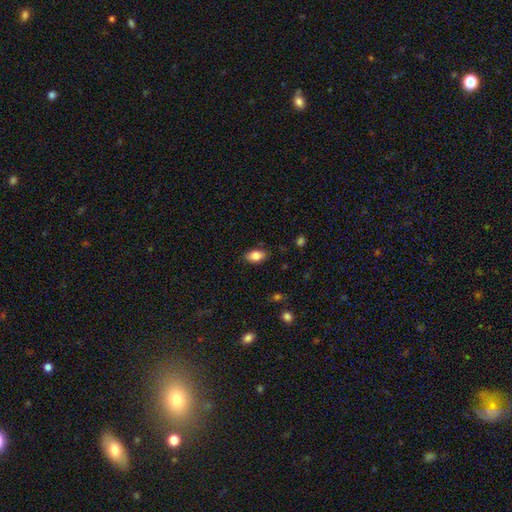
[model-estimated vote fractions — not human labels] Smooth or featured? smooth (84%)
How rounded? in between (89%)
Merging? none (83%)